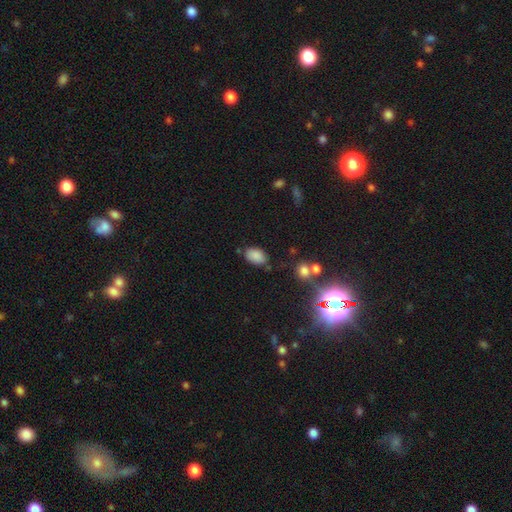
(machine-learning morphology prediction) Smooth or featured?
  - smooth: 85% *
  - star or artifact: 10%
  - featured or disk: 5%
How rounded?
  - in between: 89% *
  - round: 10%
  - cigar-shaped: 1%
Merging?
  - none: 73% *
  - minor disturbance: 18%
  - merger: 5%
  - major disturbance: 4%